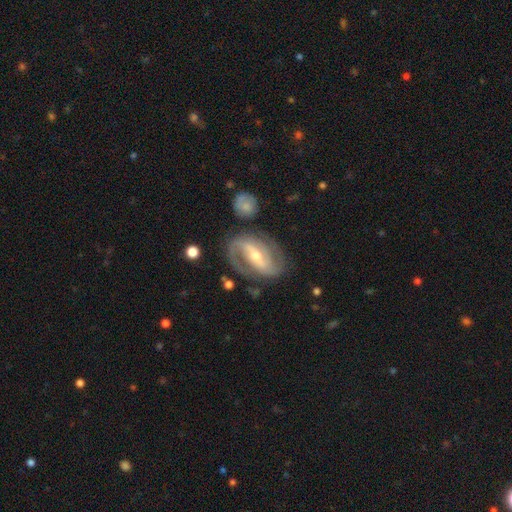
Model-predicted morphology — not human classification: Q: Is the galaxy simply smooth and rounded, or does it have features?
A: featured or disk — 87%.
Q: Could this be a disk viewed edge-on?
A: no — 95%.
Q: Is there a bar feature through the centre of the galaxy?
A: strong — 57%.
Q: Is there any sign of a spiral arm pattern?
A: yes — 94%.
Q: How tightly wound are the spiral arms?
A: medium — 47%.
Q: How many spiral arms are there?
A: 2 — 84%.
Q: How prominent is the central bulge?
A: moderate — 55%.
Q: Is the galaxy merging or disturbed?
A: none — 75%.